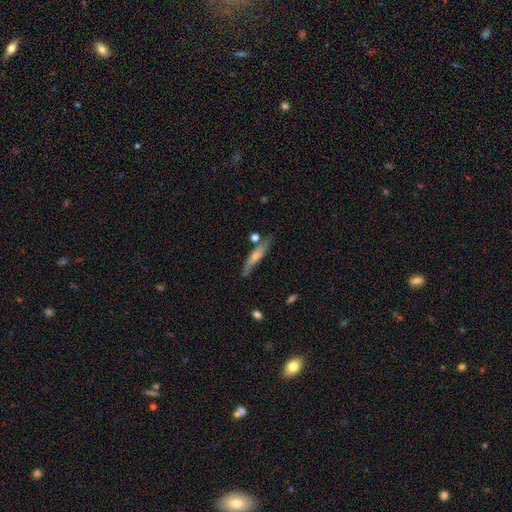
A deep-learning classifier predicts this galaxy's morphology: The model was most divided on "smooth or featured": smooth: 53%, featured or disk: 41%, star or artifact: 6%. More confident: how rounded — cigar-shaped (83%); merging — none (64%).